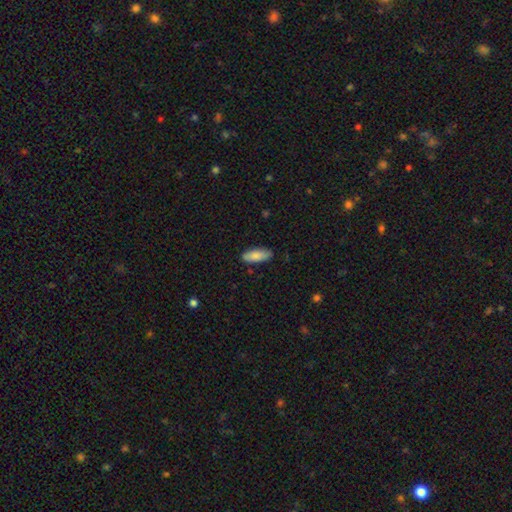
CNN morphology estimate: Smooth or featured? Predicted: smooth (p=0.84). How rounded? Predicted: in between (p=0.73). Merging? Predicted: none (p=0.85).